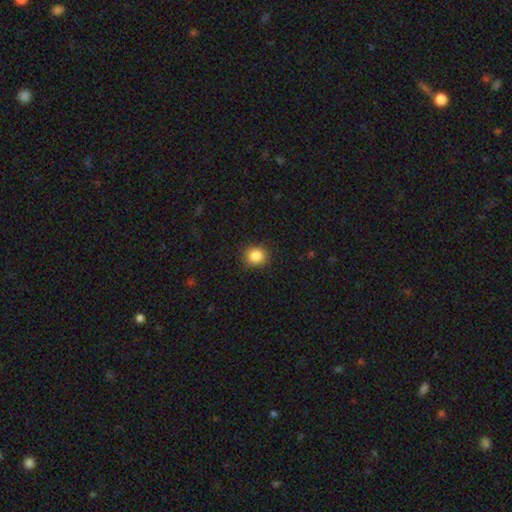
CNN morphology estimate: smooth_or_featured: smooth (p=0.86) [alt: star or artifact p=0.10]
how_rounded: round (p=0.85) [alt: in between p=0.14]
merging: none (p=0.88) [alt: minor disturbance p=0.08]